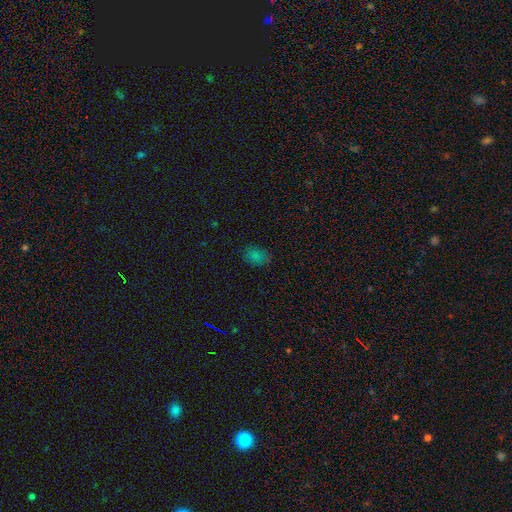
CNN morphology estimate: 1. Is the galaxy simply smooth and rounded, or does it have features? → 69% smooth, 24% star or artifact, 7% featured or disk.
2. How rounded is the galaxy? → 68% in between, 30% round, 2% cigar-shaped.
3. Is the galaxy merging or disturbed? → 80% none, 14% minor disturbance, 4% major disturbance, 1% merger.